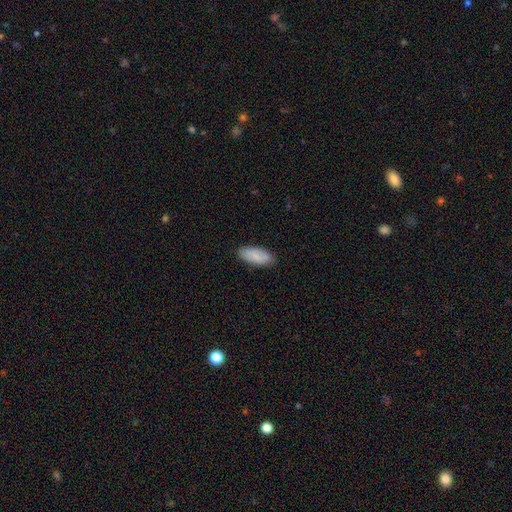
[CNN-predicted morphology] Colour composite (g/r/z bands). It shows a smooth galaxy with no disk features (83%) that is in between round and cigar-shaped (88%). Merging: none (85%).